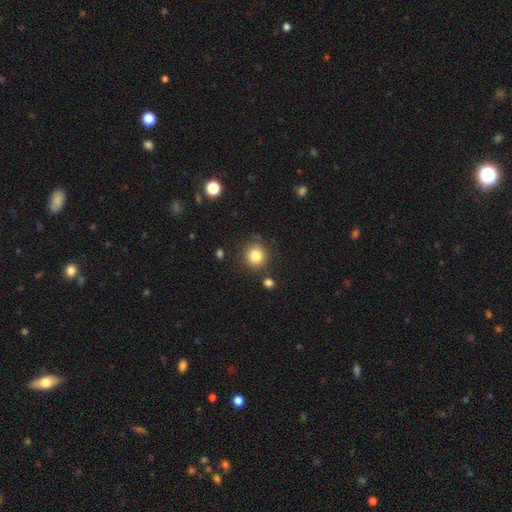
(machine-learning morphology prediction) Overall: smooth (83%). How rounded: round (90%). Merging: none (83%).